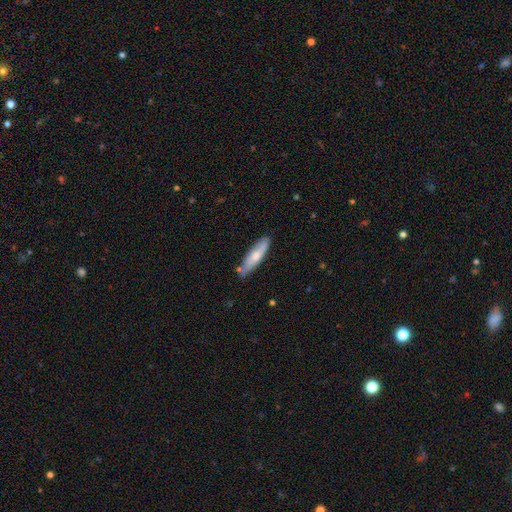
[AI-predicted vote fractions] Smooth or featured?
  - smooth: 66% *
  - featured or disk: 29%
  - star or artifact: 5%
How rounded?
  - cigar-shaped: 72% *
  - in between: 26%
  - round: 1%
Merging?
  - none: 78% *
  - minor disturbance: 15%
  - merger: 4%
  - major disturbance: 2%